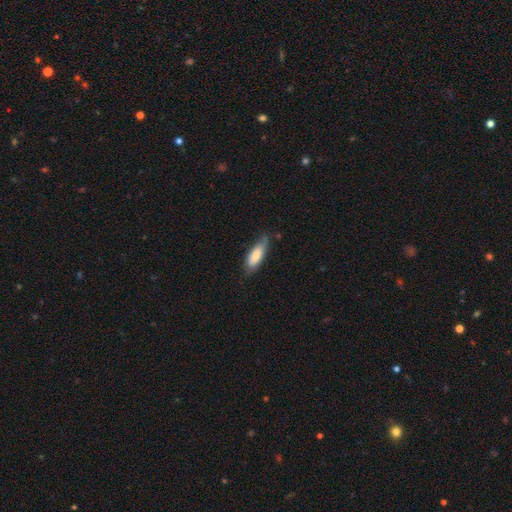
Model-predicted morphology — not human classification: Smooth or featured? Predicted: smooth (p=0.78). How rounded? Predicted: in between (p=0.66). Merging? Predicted: none (p=0.61).